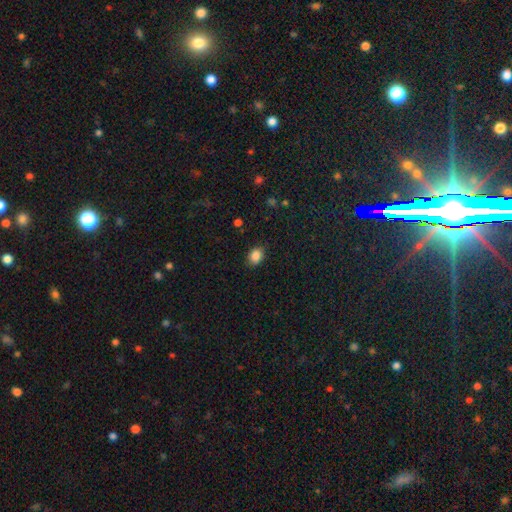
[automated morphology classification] Overall: smooth (86%). How rounded: in between (62%; round 37%). Merging: none (85%).